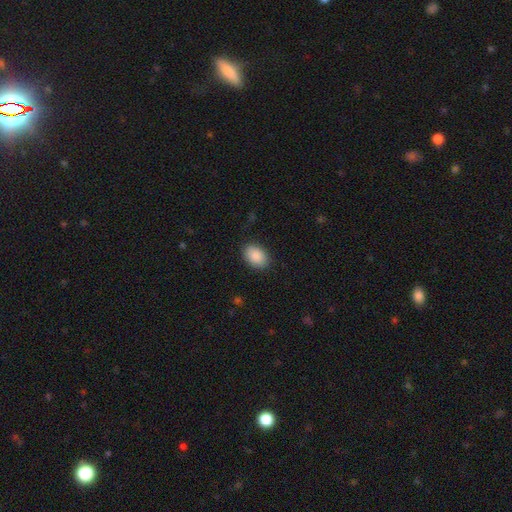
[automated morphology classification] A smooth galaxy with no disk features (90%) that is in between round and cigar-shaped (84%). Merging: none (87%).